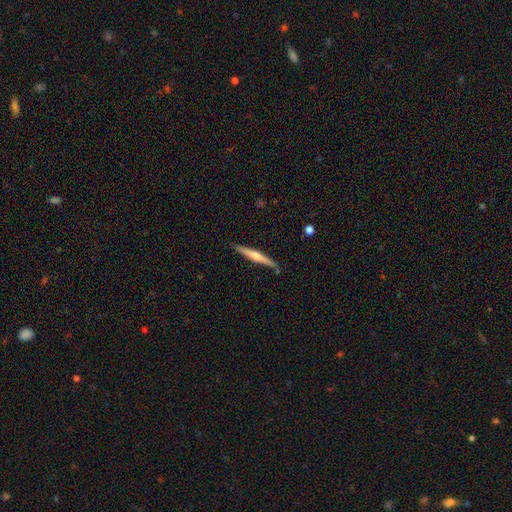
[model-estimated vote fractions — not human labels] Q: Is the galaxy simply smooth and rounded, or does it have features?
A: featured or disk — 59%.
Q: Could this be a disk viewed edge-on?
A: yes — 98%.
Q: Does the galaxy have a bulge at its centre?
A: rounded — 73%.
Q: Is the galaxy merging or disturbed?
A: none — 87%.